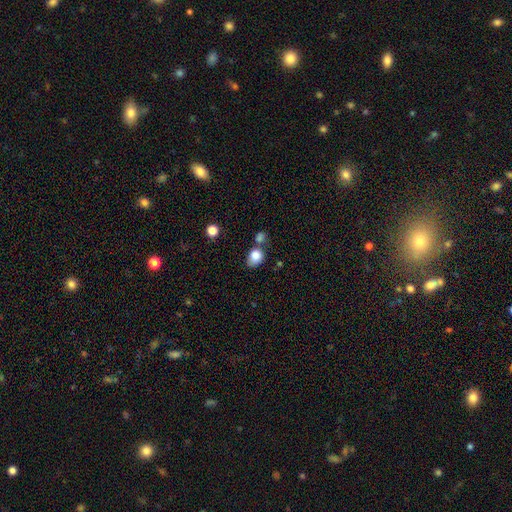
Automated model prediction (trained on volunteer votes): Q: Smooth or featured?
A: smooth (83%); runner-up: star or artifact (9%)
Q: How rounded?
A: in between (57%); runner-up: round (42%)
Q: Merging?
A: none (49%); runner-up: merger (24%)